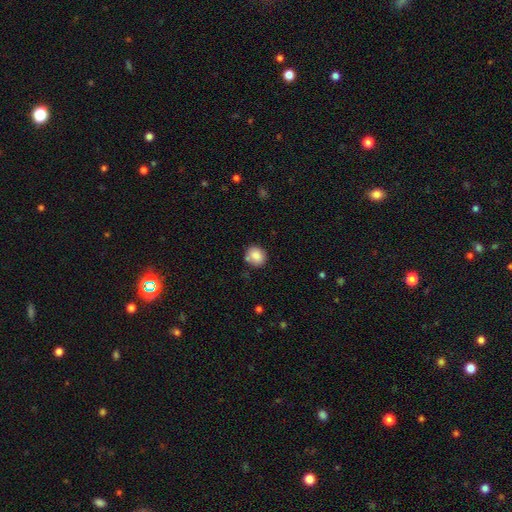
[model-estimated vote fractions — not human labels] A smooth galaxy with no disk features (85%) that is round (69%). Merging: none (74%).